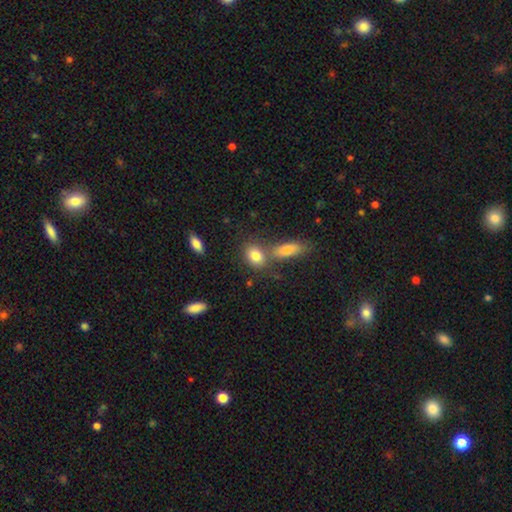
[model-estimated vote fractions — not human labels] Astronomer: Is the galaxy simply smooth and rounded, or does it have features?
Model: smooth — 81%.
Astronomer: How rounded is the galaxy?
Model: in between — 70%.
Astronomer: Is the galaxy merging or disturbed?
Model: none — 53% (runner-up: merger, 31%).